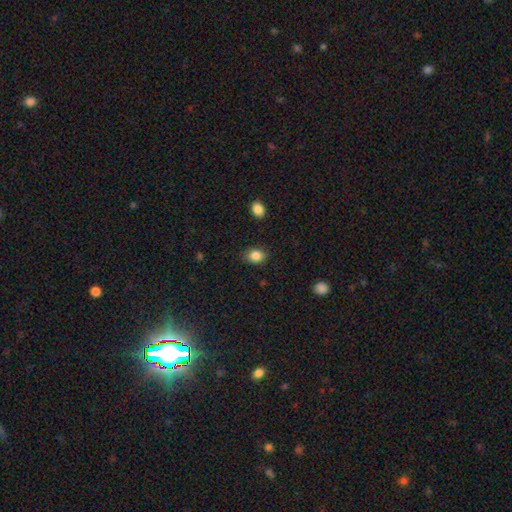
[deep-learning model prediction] smooth_or_featured: smooth (p=0.86) [alt: star or artifact p=0.09]
how_rounded: in between (p=0.66) [alt: round p=0.33]
merging: none (p=0.83) [alt: minor disturbance p=0.13]